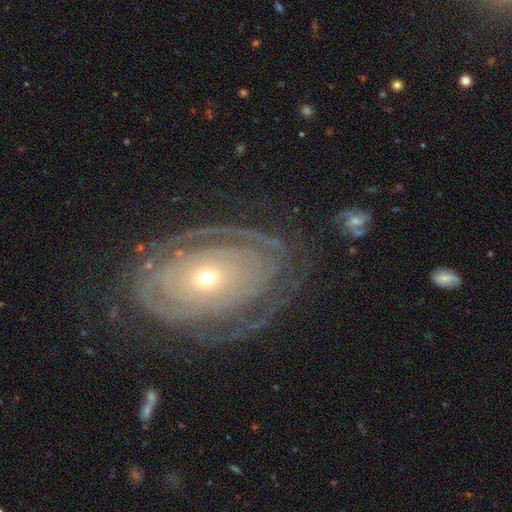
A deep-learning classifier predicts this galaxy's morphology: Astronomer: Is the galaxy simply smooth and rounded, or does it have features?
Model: featured or disk — 84%.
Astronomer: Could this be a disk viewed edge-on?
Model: no — 95%.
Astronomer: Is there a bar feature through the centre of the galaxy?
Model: no — 82%.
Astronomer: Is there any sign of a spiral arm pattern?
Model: yes — 85%.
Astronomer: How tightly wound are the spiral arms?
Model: tight — 84%.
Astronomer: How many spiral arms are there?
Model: can't tell — 44%.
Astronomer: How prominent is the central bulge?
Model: small — 59% (runner-up: moderate, 37%).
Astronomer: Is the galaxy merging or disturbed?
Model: none — 74%.